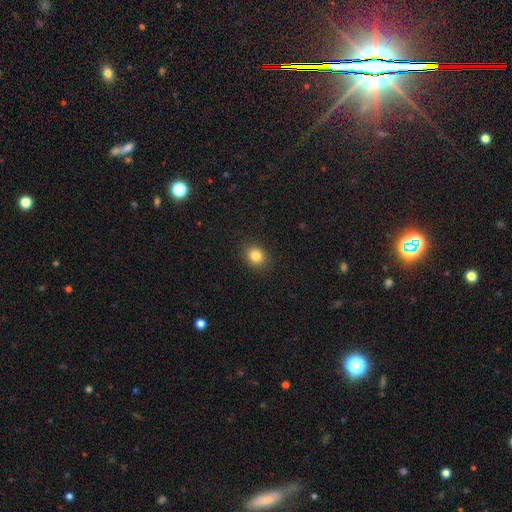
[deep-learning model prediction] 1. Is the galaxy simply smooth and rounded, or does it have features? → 83% smooth, 11% star or artifact, 6% featured or disk.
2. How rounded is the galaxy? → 60% round, 39% in between, 1% cigar-shaped.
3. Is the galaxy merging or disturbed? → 89% none, 7% minor disturbance, 2% major disturbance, 1% merger.